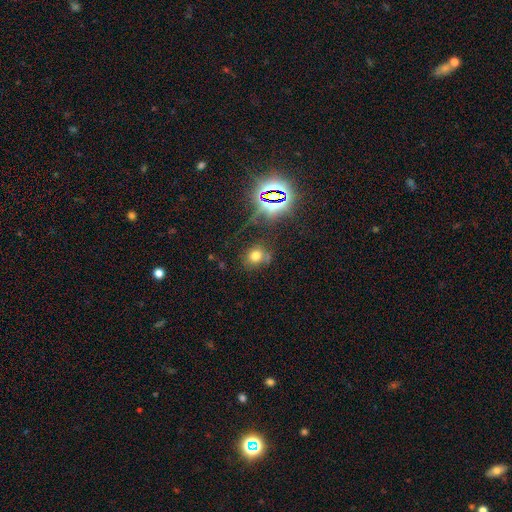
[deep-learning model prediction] smooth_or_featured: smooth (p=0.65) [alt: star or artifact p=0.25]
how_rounded: round (p=0.70) [alt: in between p=0.29]
merging: none (p=0.68) [alt: minor disturbance p=0.17]